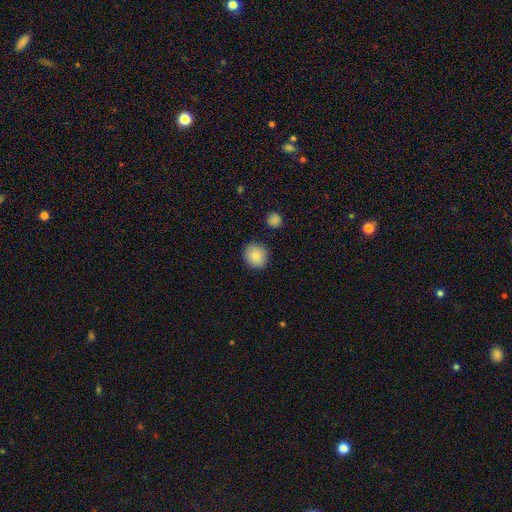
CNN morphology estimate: Overall: smooth (87%). How rounded: round (83%). Merging: none (88%).